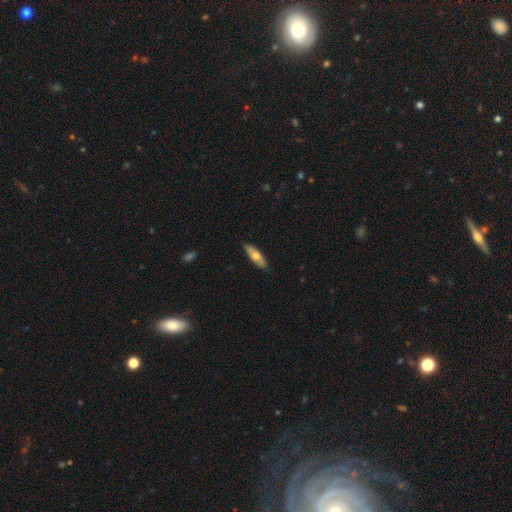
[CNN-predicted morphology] A smooth galaxy with no disk features (58%) that is cigar-shaped (54%).

Vote fractions:
- Smooth or featured? smooth: 58% / featured or disk: 36% / star or artifact: 5%
- How rounded? cigar-shaped: 54% / in between: 44% / round: 2%
- Merging? none: 88% / minor disturbance: 9% / major disturbance: 2% / merger: 1%